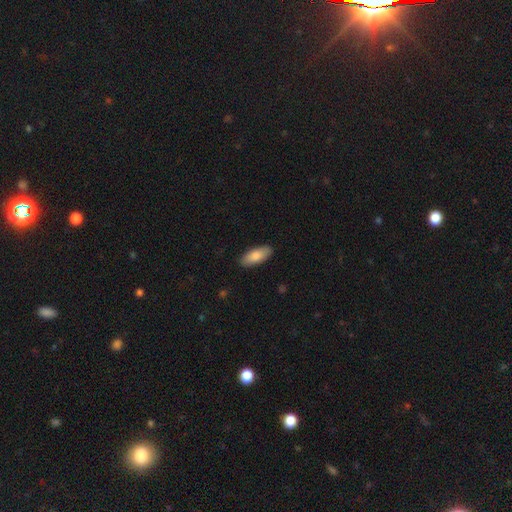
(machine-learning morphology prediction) A smooth galaxy with no disk features (83%) that is in between round and cigar-shaped (80%).

Vote fractions:
- Smooth or featured? smooth: 83% / featured or disk: 11% / star or artifact: 6%
- How rounded? in between: 80% / cigar-shaped: 18% / round: 2%
- Merging? none: 89% / minor disturbance: 8% / major disturbance: 2% / merger: 1%